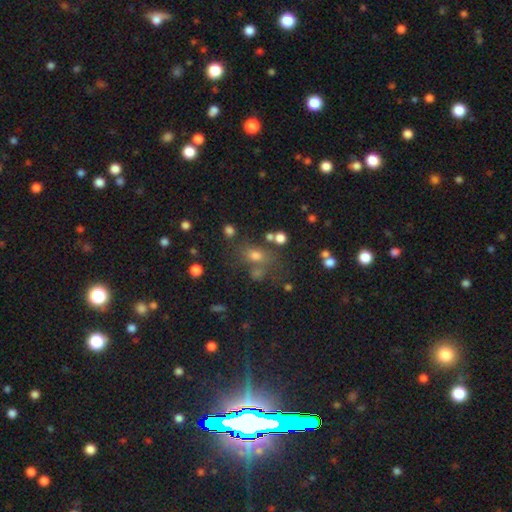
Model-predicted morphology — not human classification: This appears to be a smooth galaxy with no disk features (63%) that is in between round and cigar-shaped (54%). Merging: none (60%).